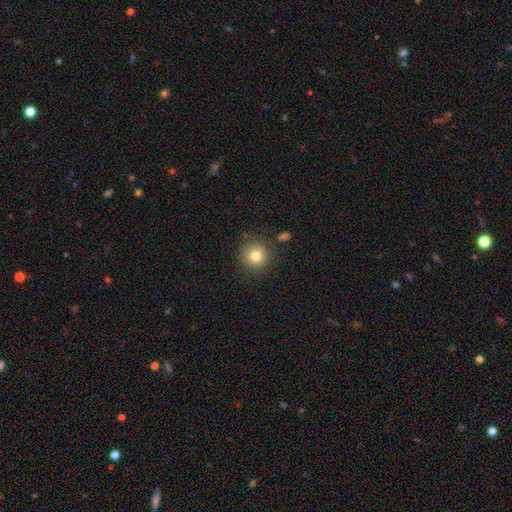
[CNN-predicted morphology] Q: Smooth or featured?
A: smooth (80%); runner-up: star or artifact (11%)
Q: How rounded?
A: round (93%); runner-up: in between (6%)
Q: Merging?
A: none (85%); runner-up: minor disturbance (9%)